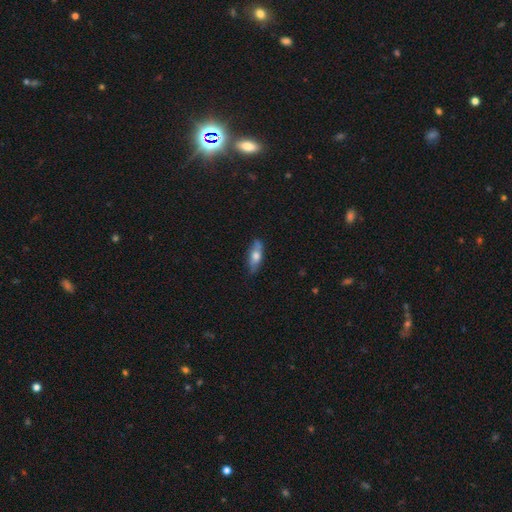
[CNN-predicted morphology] smooth 59%, featured or disk 35%, star or artifact 6%. Down the decision tree: how rounded — in between (62%); merging — none (77%).